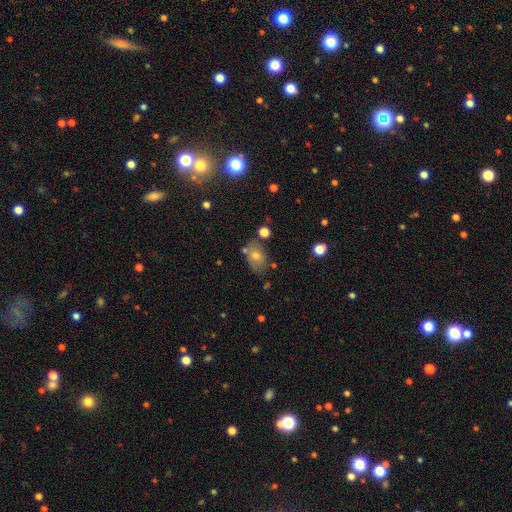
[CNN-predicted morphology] Smooth or featured? Predicted: smooth (p=0.64). How rounded? Predicted: in between (p=0.77). Merging? Predicted: none (p=0.69).